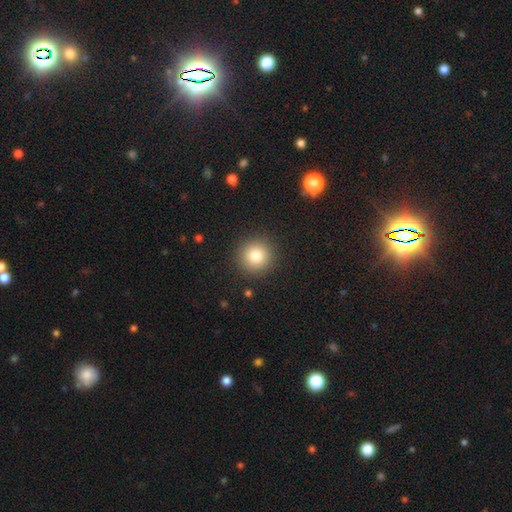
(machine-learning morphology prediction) The model was most divided on "smooth or featured": smooth: 81%, star or artifact: 11%, featured or disk: 8%. More confident: how rounded — round (95%); merging — none (90%).